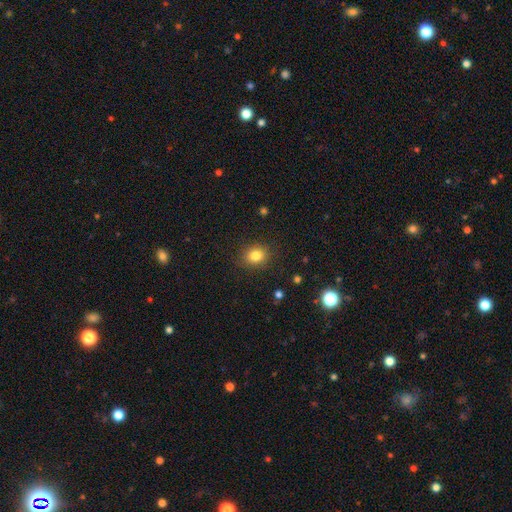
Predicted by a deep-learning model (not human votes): This is clearly a smooth galaxy (82%). How rounded: possibly round (59%). Merging: clearly none (87%).